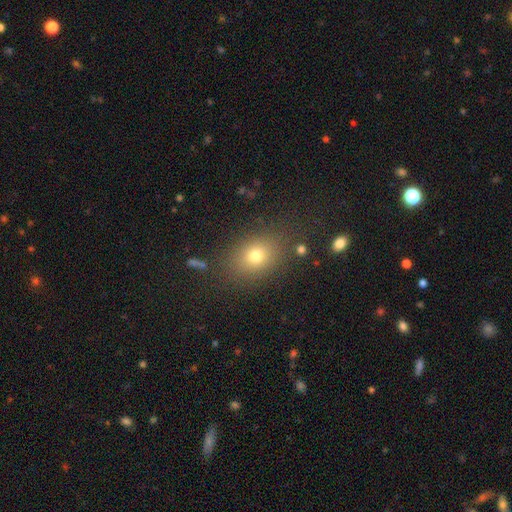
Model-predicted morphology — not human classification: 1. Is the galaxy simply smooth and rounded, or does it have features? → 73% smooth, 16% star or artifact, 11% featured or disk.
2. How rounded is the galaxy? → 58% in between, 41% round, 1% cigar-shaped.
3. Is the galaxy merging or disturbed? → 80% none, 11% minor disturbance, 5% major disturbance, 3% merger.